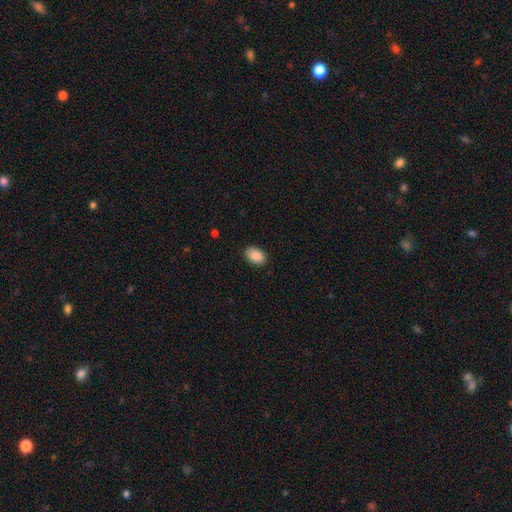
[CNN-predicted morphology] smooth 89%, star or artifact 7%, featured or disk 4%. Down the decision tree: how rounded — in between (88%); merging — none (88%).